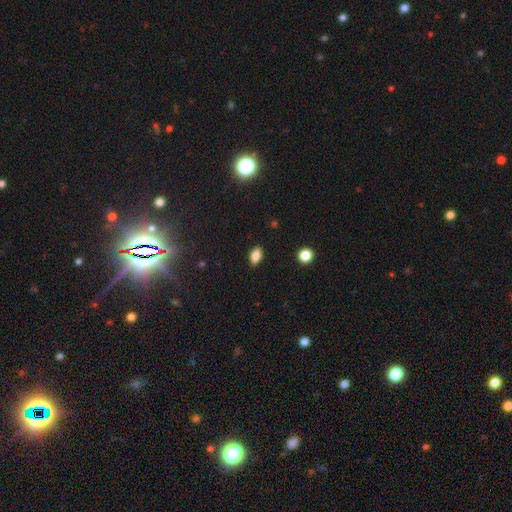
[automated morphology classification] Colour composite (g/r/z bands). It shows a smooth galaxy with no disk features (80%) that is in between round and cigar-shaped (88%). Merging: none (88%).